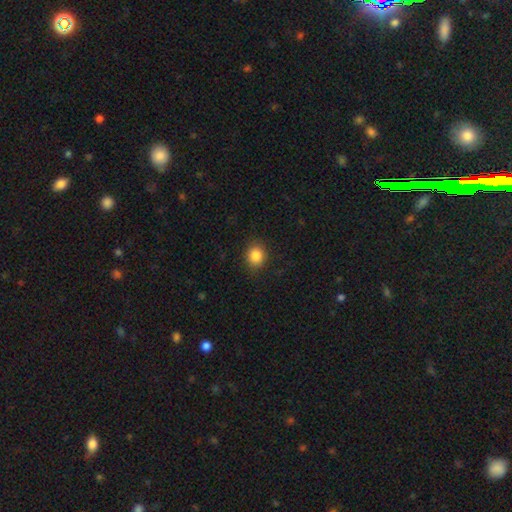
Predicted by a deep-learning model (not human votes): Smooth or featured? smooth (85%)
How rounded? round (66%)
Merging? none (86%)